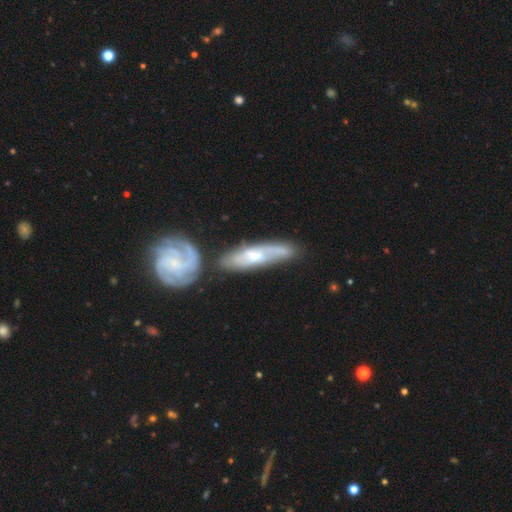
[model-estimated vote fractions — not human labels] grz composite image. It shows a featured or disk galaxy (71%). Merging: none (54%).